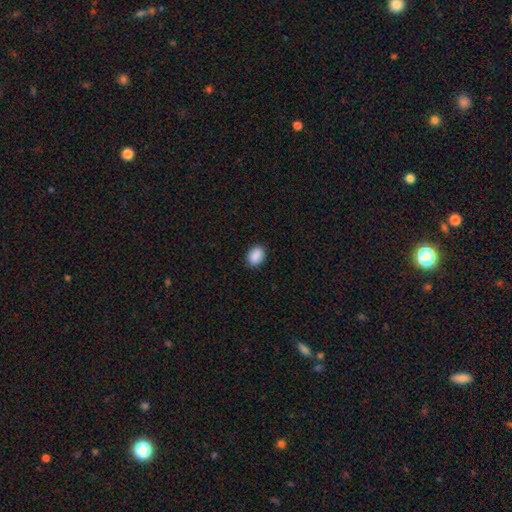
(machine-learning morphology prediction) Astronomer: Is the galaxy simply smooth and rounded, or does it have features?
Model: smooth — 90%.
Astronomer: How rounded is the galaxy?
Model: in between — 67%.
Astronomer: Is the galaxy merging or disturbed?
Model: none — 89%.